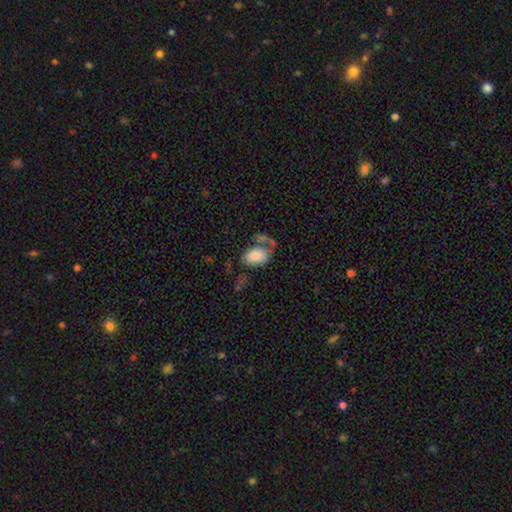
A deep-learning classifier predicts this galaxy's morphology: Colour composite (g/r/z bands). It shows a smooth galaxy with no disk features (75%) that is in between round and cigar-shaped (90%). Merging: none (37%).